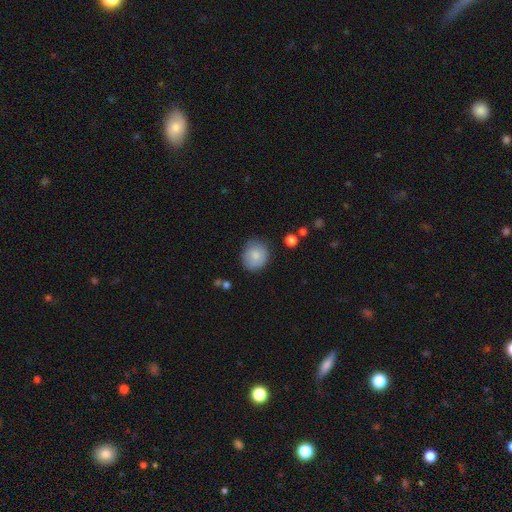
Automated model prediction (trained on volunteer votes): Smooth or featured? smooth (83%)
How rounded? round (78%)
Merging? none (78%)